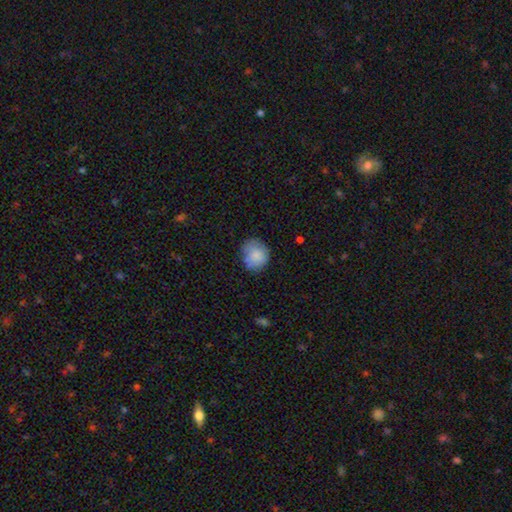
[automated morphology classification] The model was most divided on "merging": none: 69%, minor disturbance: 23%, major disturbance: 6%, merger: 2%. More confident: smooth or featured — smooth (83%); how rounded — round (75%).